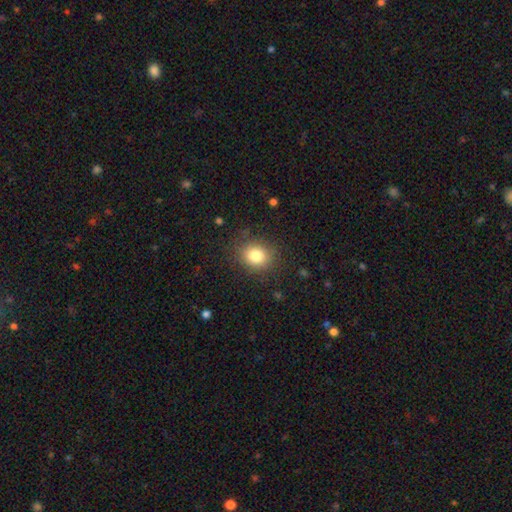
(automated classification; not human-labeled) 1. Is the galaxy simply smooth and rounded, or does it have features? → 80% smooth, 12% star or artifact, 8% featured or disk.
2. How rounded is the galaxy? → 69% round, 31% in between, 1% cigar-shaped.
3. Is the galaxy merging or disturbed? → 85% none, 10% minor disturbance, 4% major disturbance, 1% merger.